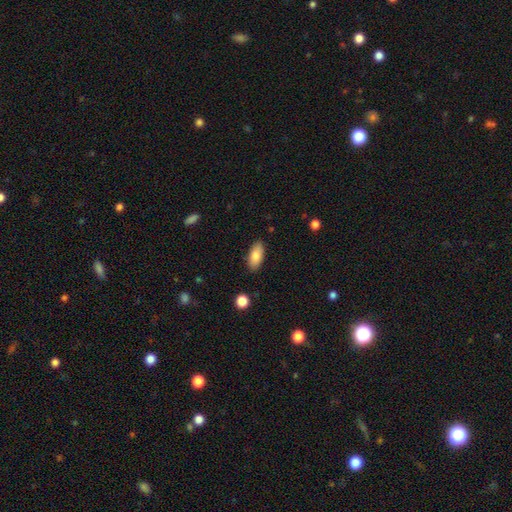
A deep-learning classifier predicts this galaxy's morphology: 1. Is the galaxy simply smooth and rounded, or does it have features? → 83% smooth, 11% featured or disk, 7% star or artifact.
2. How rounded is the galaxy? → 88% in between, 10% cigar-shaped, 3% round.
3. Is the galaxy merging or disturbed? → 87% none, 9% minor disturbance, 2% major disturbance, 1% merger.